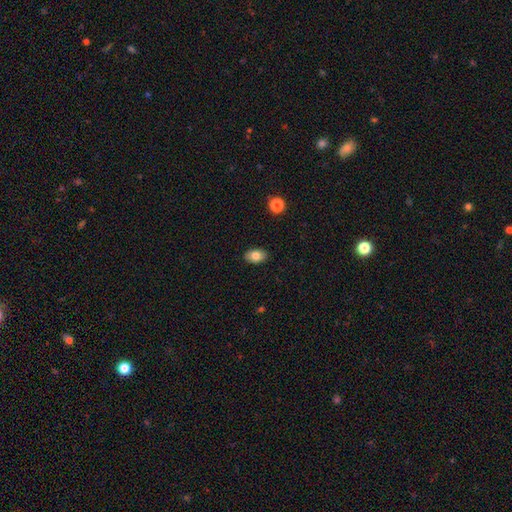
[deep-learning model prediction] Smooth or featured?
  - smooth: 81% *
  - featured or disk: 11%
  - star or artifact: 8%
How rounded?
  - in between: 88% *
  - round: 11%
  - cigar-shaped: 1%
Merging?
  - none: 89% *
  - minor disturbance: 9%
  - major disturbance: 2%
  - merger: 1%